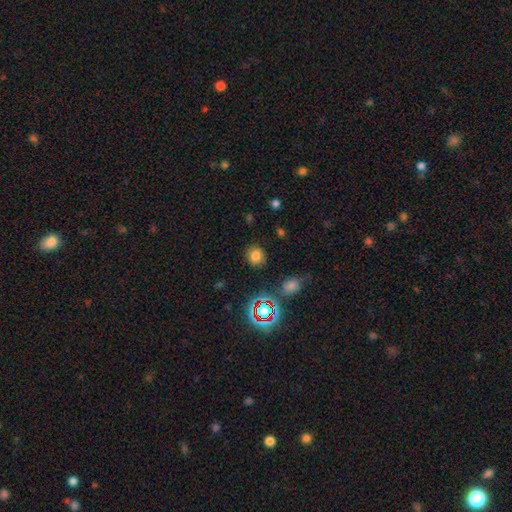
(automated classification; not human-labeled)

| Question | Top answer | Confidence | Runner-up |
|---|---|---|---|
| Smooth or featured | smooth | 75% | star or artifact (18%) |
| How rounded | round | 82% | in between (17%) |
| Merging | none | 85% | minor disturbance (10%) |